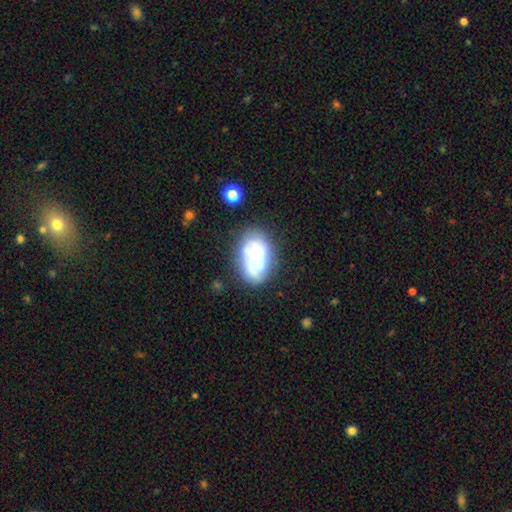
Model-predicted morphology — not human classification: smooth_or_featured: featured or disk (p=0.47) [alt: smooth p=0.44]
merging: none (p=0.43) [alt: minor disturbance p=0.24]